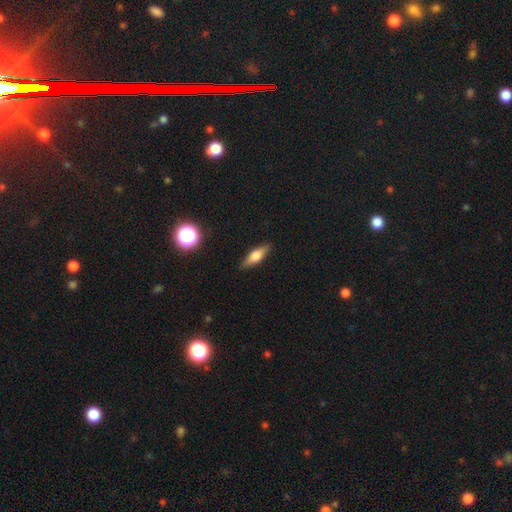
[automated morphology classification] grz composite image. It shows a smooth galaxy with no disk features (57%) that is in between round and cigar-shaped (53%). Merging: none (87%).